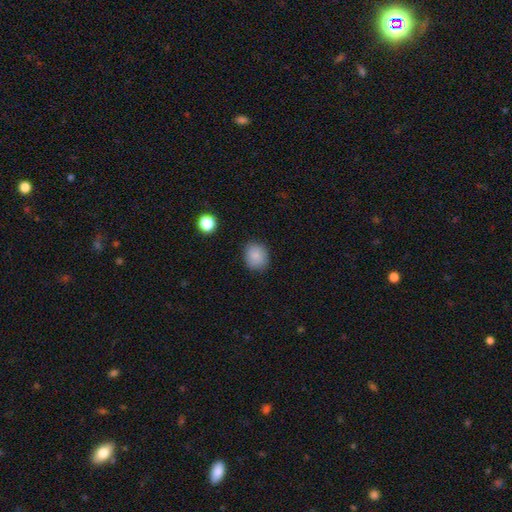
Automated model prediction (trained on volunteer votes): Smooth or featured?
  - smooth: 85% *
  - star or artifact: 9%
  - featured or disk: 6%
How rounded?
  - round: 68% *
  - in between: 31%
  - cigar-shaped: 1%
Merging?
  - none: 85% *
  - minor disturbance: 11%
  - major disturbance: 3%
  - merger: 1%